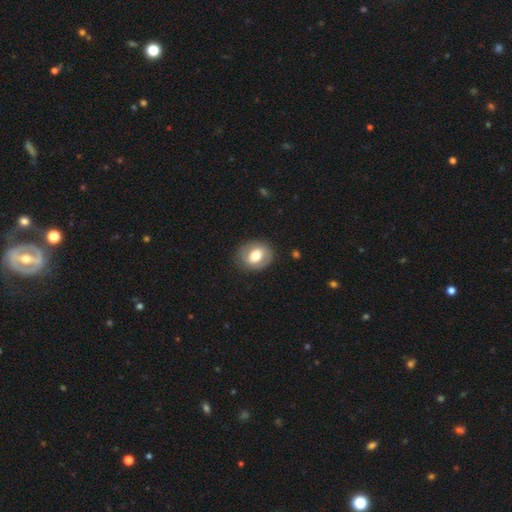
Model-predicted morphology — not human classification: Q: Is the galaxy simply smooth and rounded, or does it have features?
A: smooth — 62%.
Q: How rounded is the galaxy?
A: round — 50%.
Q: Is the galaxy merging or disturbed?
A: none — 83%.